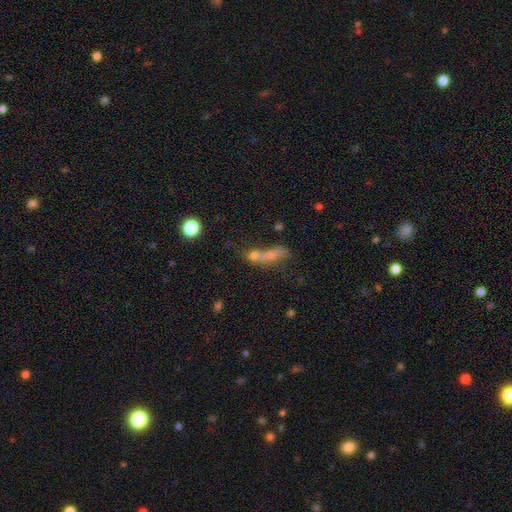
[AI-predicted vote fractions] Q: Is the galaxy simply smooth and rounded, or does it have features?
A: smooth — 54%.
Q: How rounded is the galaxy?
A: cigar-shaped — 52%.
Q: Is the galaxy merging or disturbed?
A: merger — 39%.